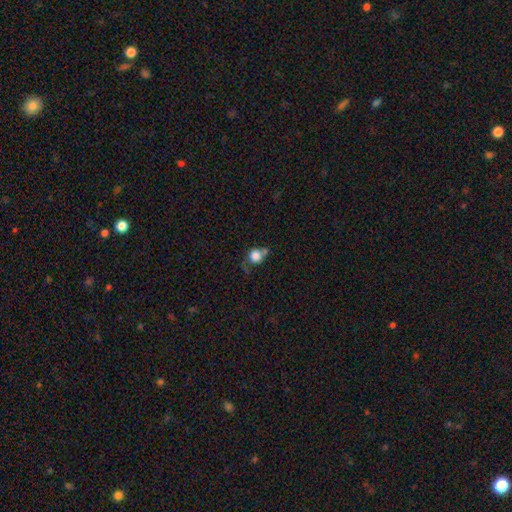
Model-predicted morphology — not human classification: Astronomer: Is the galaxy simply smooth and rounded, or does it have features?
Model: smooth — 78%.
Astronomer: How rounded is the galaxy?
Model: round — 86%.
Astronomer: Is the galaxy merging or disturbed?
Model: none — 46% (runner-up: minor disturbance, 22%).